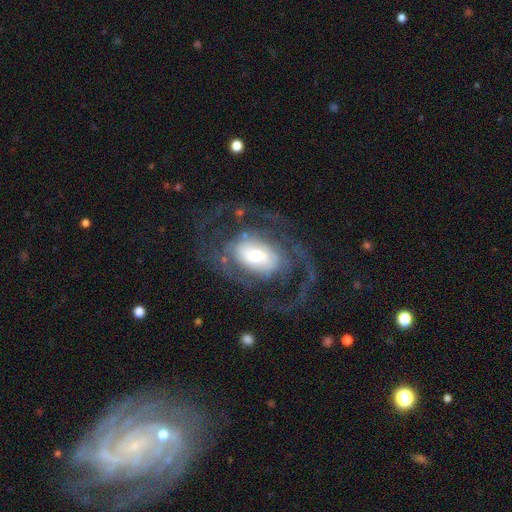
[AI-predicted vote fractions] Q: Smooth or featured?
A: featured or disk (84%); runner-up: smooth (11%)
Q: Edge-on disk?
A: no (96%); runner-up: yes (4%)
Q: Bar?
A: no (53%); runner-up: weak (30%)
Q: Spiral arms?
A: yes (91%); runner-up: no (9%)
Q: Spiral winding?
A: medium (42%); runner-up: tight (30%)
Q: Spiral arm count?
A: 2 (53%); runner-up: can't tell (18%)
Q: Bulge size?
A: moderate (33%); runner-up: large (31%)
Q: Merging?
A: none (58%); runner-up: major disturbance (27%)